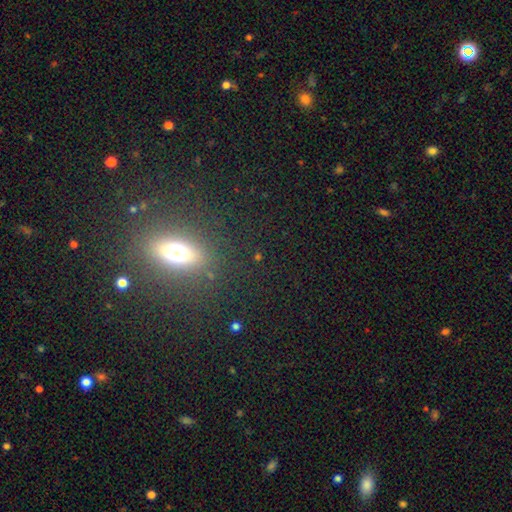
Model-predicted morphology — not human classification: smooth 52%, featured or disk 25%, star or artifact 24%. Down the decision tree: how rounded — in between (62%); merging — none (87%).